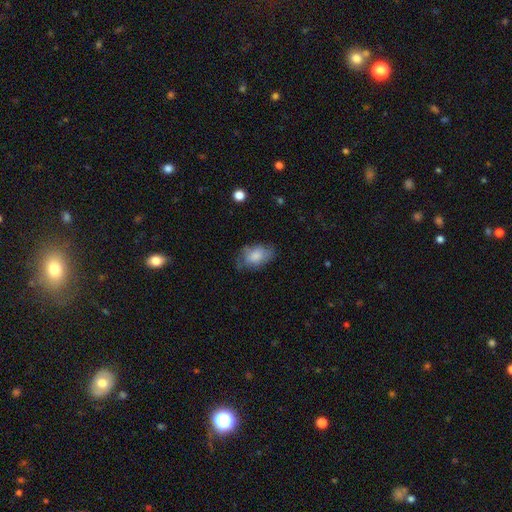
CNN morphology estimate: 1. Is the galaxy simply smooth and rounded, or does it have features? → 73% smooth, 20% featured or disk, 7% star or artifact.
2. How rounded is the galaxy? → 89% in between, 9% round, 2% cigar-shaped.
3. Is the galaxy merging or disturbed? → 58% none, 29% minor disturbance, 11% major disturbance, 2% merger.